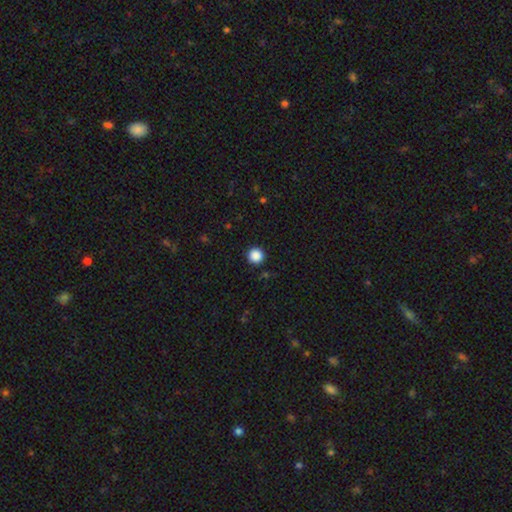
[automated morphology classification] smooth 88%, star or artifact 10%, featured or disk 2%. Down the decision tree: how rounded — round (96%); merging — none (92%).